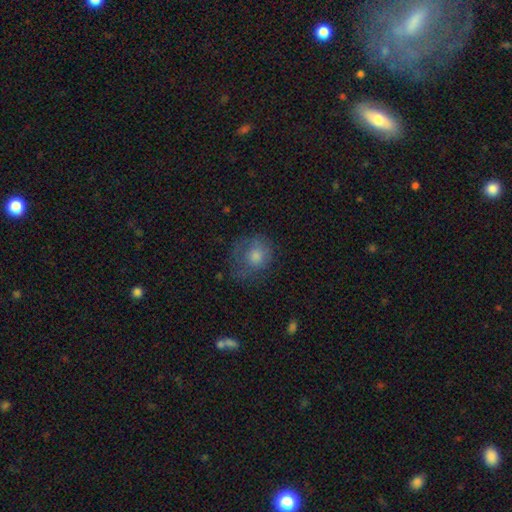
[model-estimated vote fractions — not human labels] Overall: smooth (64%; featured or disk 24%). How rounded: round (72%). Merging: none (54%; minor disturbance 24%).